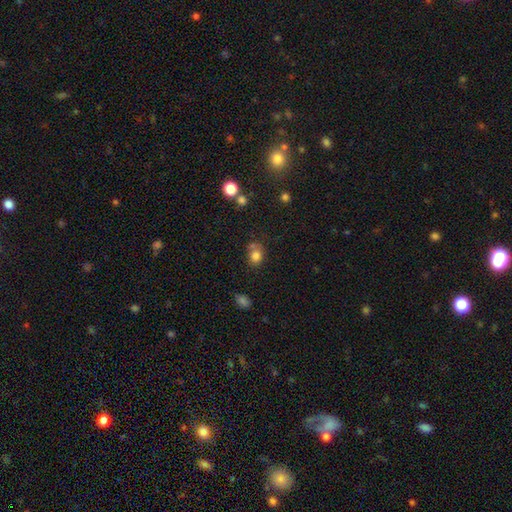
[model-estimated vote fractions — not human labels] Smooth or featured? smooth (79%)
How rounded? round (58%)
Merging? none (55%)